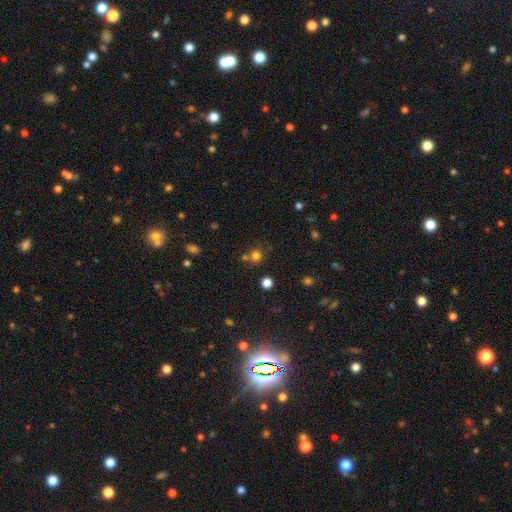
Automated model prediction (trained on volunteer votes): Overall: smooth (74%). How rounded: round (90%). Merging: none (68%).